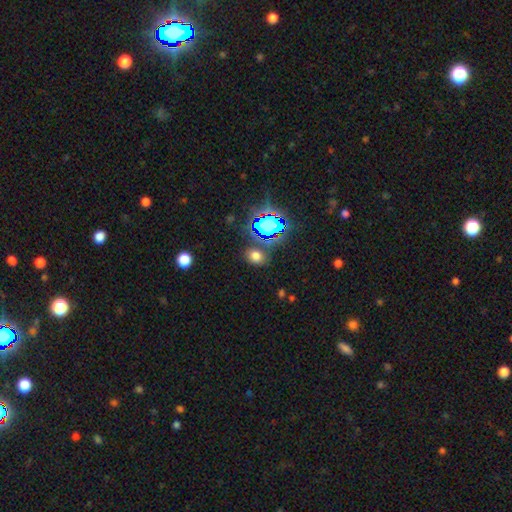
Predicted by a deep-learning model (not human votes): A smooth galaxy with no disk features (65%) that is in between round and cigar-shaped (60%).

Vote fractions:
- Smooth or featured? smooth: 65% / star or artifact: 28% / featured or disk: 8%
- How rounded? in between: 60% / round: 38% / cigar-shaped: 1%
- Merging? none: 80% / minor disturbance: 11% / merger: 5% / major disturbance: 4%